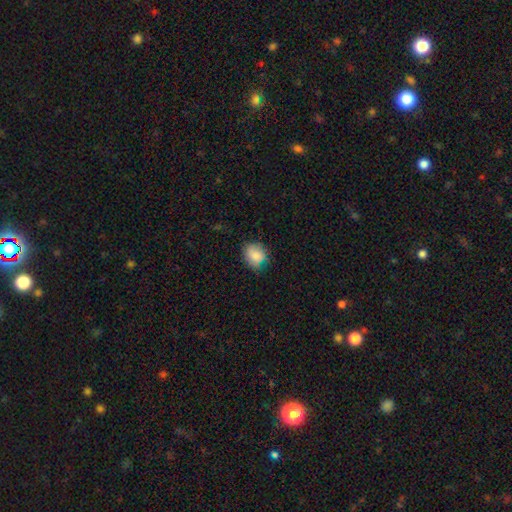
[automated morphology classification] smooth-or-featured: smooth: 83% | featured or disk: 9% | star or artifact: 8%
  how-rounded: round: 60% | in between: 39% | cigar-shaped: 1%
  merging: none: 71% | minor disturbance: 23% | major disturbance: 5% | merger: 1%